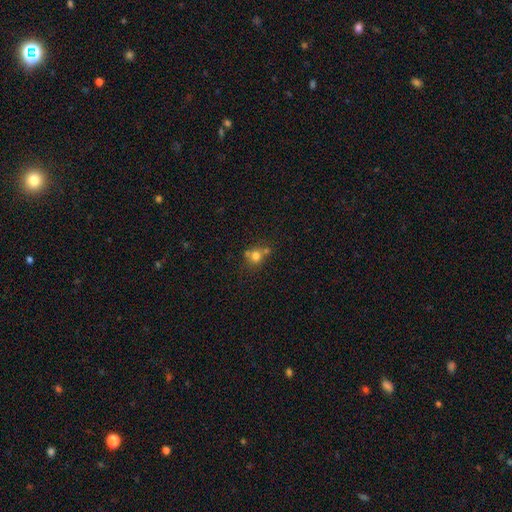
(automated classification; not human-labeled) smooth 74%, star or artifact 14%, featured or disk 12%. Down the decision tree: how rounded — round (79%); merging — none (50%).